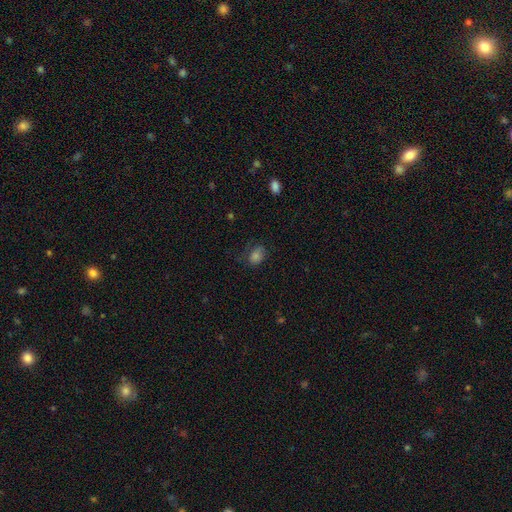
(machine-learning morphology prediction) Overall: smooth (72%). How rounded: in between (63%; round 36%). Merging: none (63%; minor disturbance 23%).